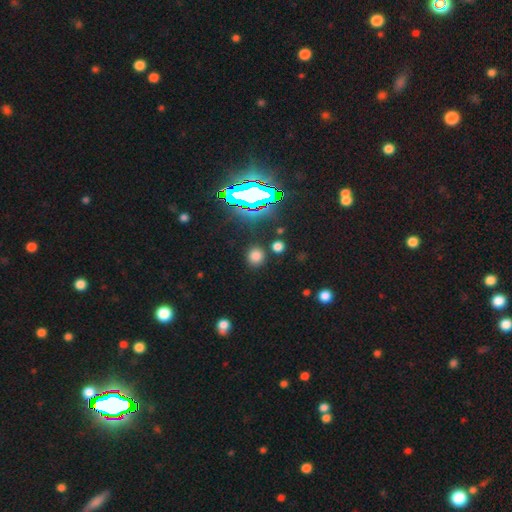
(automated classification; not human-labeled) smooth 69%, star or artifact 25%, featured or disk 6%. Down the decision tree: how rounded — round (84%); merging — none (86%).